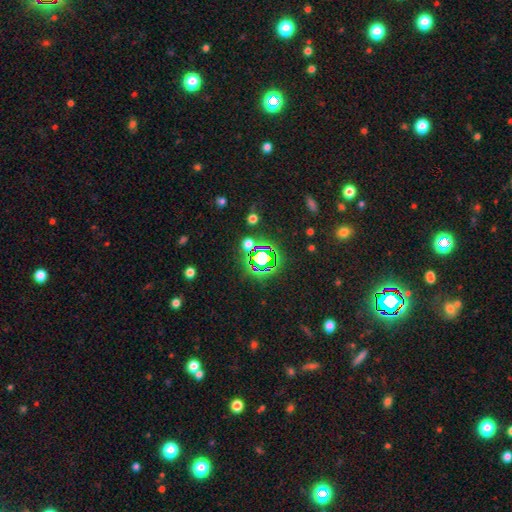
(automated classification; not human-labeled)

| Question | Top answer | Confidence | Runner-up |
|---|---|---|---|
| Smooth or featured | star or artifact | 76% | smooth (16%) |